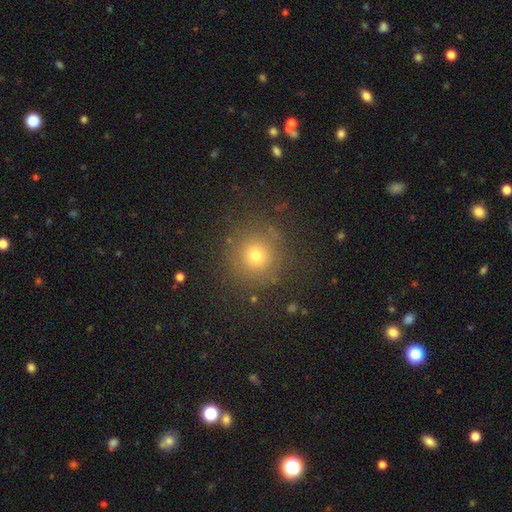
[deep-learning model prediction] The model was most divided on "smooth or featured": smooth: 69%, star or artifact: 20%, featured or disk: 10%. More confident: how rounded — round (94%); merging — none (85%).